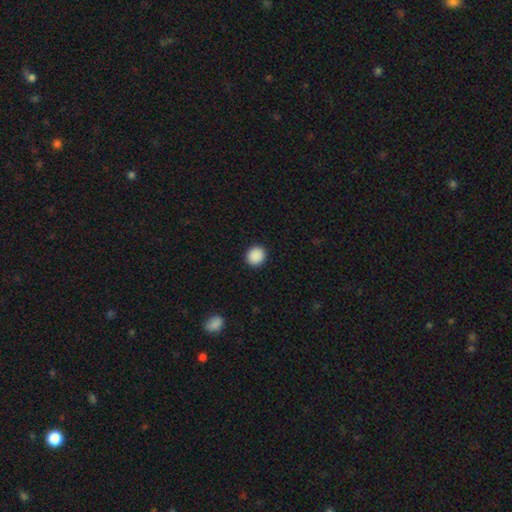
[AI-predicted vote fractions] A smooth galaxy with no disk features (90%) that is round (85%).

Vote fractions:
- Smooth or featured? smooth: 90% / star or artifact: 8% / featured or disk: 2%
- How rounded? round: 85% / in between: 14% / cigar-shaped: 1%
- Merging? none: 92% / minor disturbance: 5% / major disturbance: 2% / merger: 1%